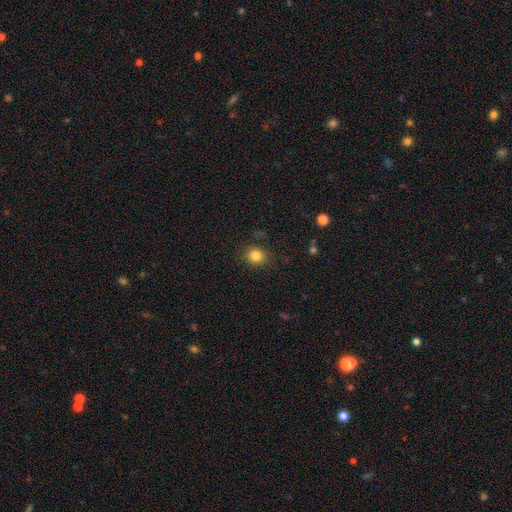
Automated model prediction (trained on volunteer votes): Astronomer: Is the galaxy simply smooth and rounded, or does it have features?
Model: smooth — 83%.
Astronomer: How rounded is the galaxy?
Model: round — 76%.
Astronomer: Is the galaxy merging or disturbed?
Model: none — 85%.